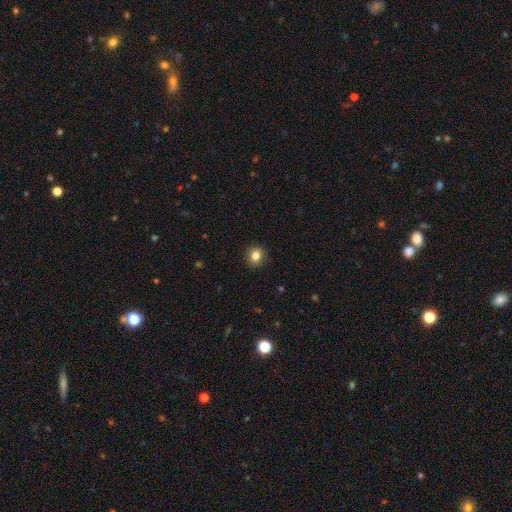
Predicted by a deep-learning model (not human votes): This is clearly a smooth galaxy (84%). How rounded: clearly round (83%). Merging: clearly none (91%).